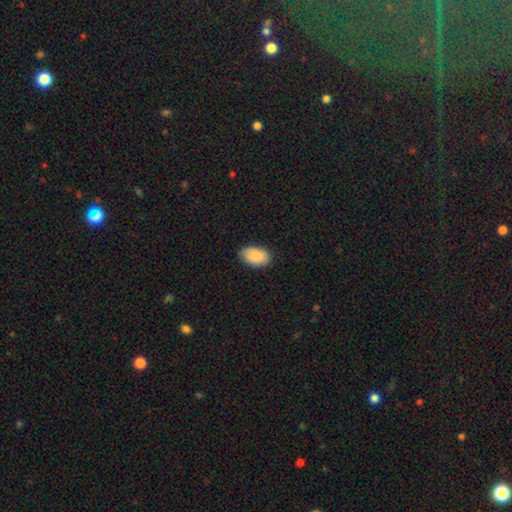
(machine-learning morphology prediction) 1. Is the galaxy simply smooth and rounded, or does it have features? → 88% smooth, 6% star or artifact, 6% featured or disk.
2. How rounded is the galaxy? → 92% in between, 7% round, 1% cigar-shaped.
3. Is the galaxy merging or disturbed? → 83% none, 14% minor disturbance, 2% major disturbance, 1% merger.